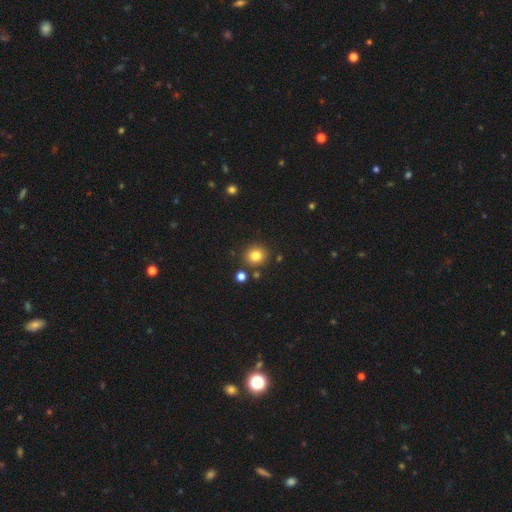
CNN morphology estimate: Smooth or featured? smooth (82%)
How rounded? round (86%)
Merging? none (85%)